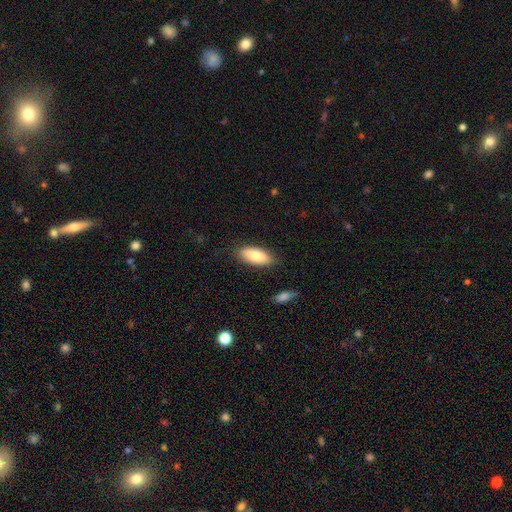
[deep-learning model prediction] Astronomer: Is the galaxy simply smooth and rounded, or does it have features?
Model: smooth — 82%.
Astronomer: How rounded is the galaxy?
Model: in between — 81%.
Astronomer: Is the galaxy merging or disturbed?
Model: none — 84%.